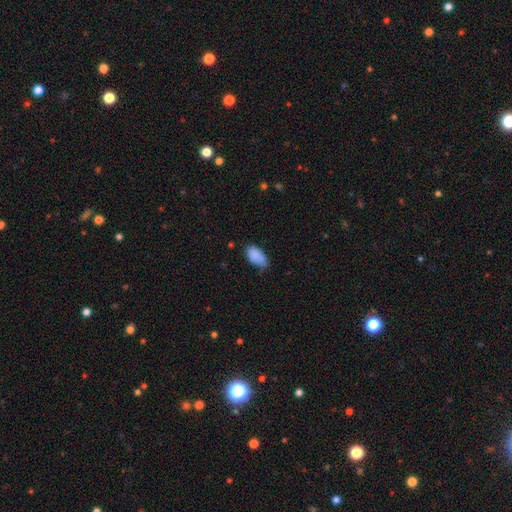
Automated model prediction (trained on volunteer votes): A smooth galaxy with no disk features (86%) that is in between round and cigar-shaped (93%). Merging: none (56%).